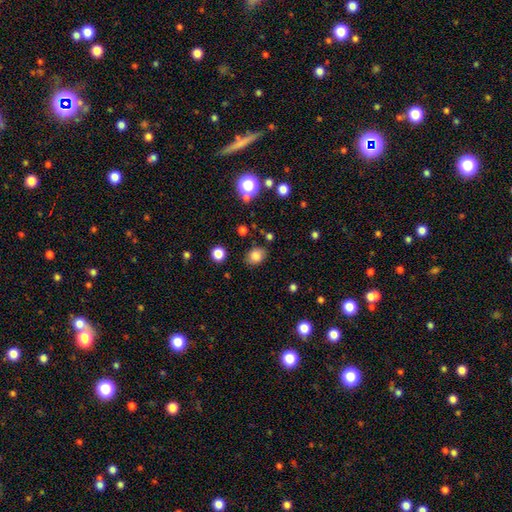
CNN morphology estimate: Smooth or featured: smooth — 82% (star or artifact — 12%)
How rounded: in between — 53% (round — 46%)
Merging: none — 79% (minor disturbance — 14%)